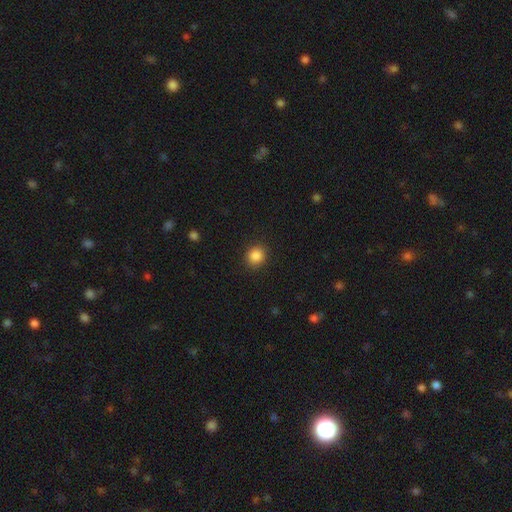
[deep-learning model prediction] smooth-or-featured: smooth: 86% | star or artifact: 10% | featured or disk: 4%
  how-rounded: round: 82% | in between: 17% | cigar-shaped: 1%
  merging: none: 90% | minor disturbance: 7% | major disturbance: 2% | merger: 1%